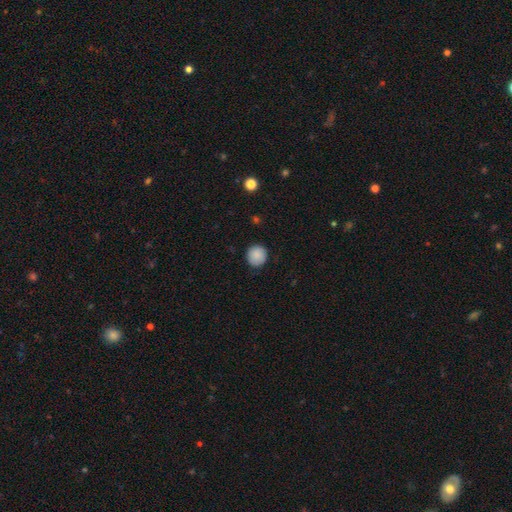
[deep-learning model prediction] A smooth galaxy with no disk features (88%) that is round (92%).

Vote fractions:
- Smooth or featured? smooth: 88% / star or artifact: 8% / featured or disk: 5%
- How rounded? round: 92% / in between: 7% / cigar-shaped: 1%
- Merging? none: 87% / minor disturbance: 10% / major disturbance: 2% / merger: 1%